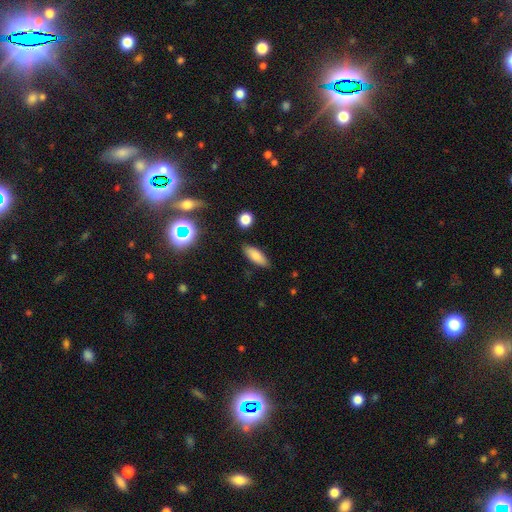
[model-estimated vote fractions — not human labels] The model was most divided on "how rounded": in between: 70%, cigar-shaped: 27%, round: 3%. More confident: merging — none (85%); smooth or featured — smooth (79%).